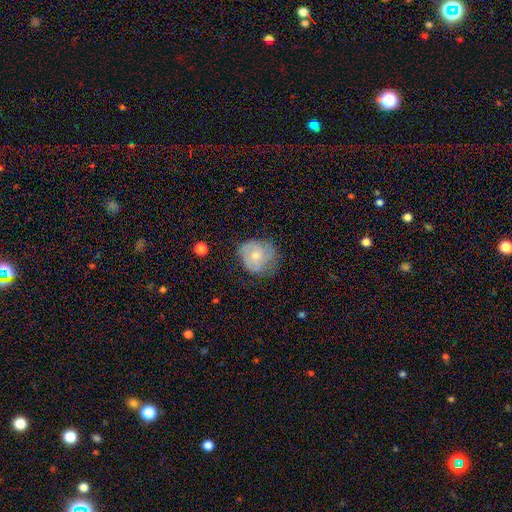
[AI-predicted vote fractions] A smooth galaxy with no disk features (50%).

Vote fractions:
- Smooth or featured? smooth: 50% / featured or disk: 43% / star or artifact: 7%
- Merging? none: 53% / minor disturbance: 31% / major disturbance: 15% / merger: 2%